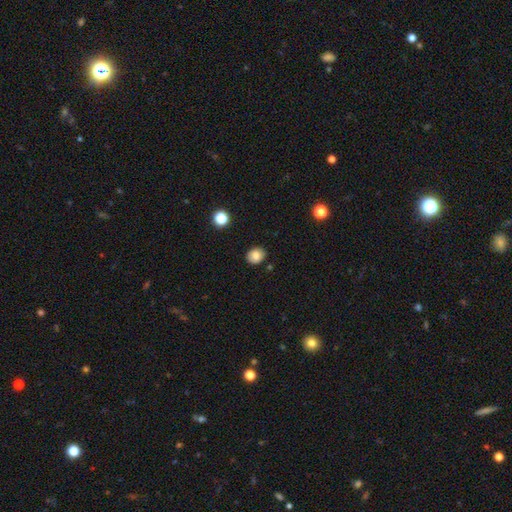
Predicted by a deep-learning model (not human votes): This is clearly a smooth galaxy (82%). How rounded: likely round (66%). Merging: clearly none (87%).